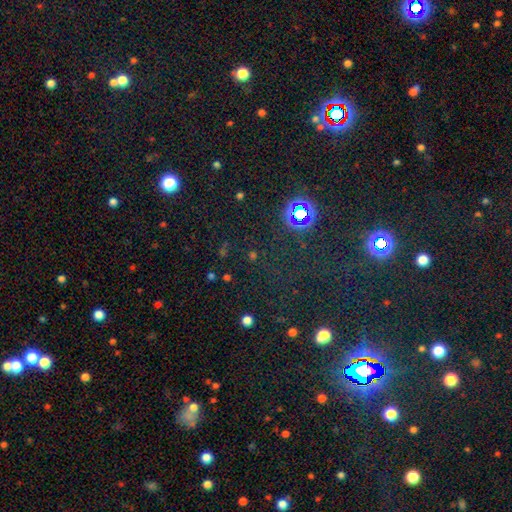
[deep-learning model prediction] Smooth or featured? Predicted: star or artifact (p=0.68).